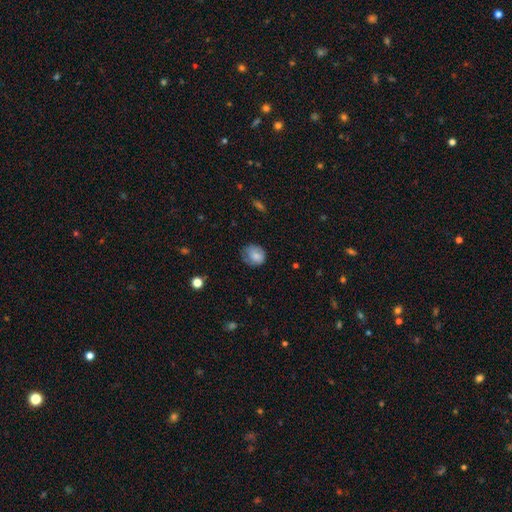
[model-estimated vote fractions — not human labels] Smooth or featured: smooth — 78% (featured or disk — 13%)
How rounded: round — 68% (in between — 31%)
Merging: none — 58% (minor disturbance — 30%)